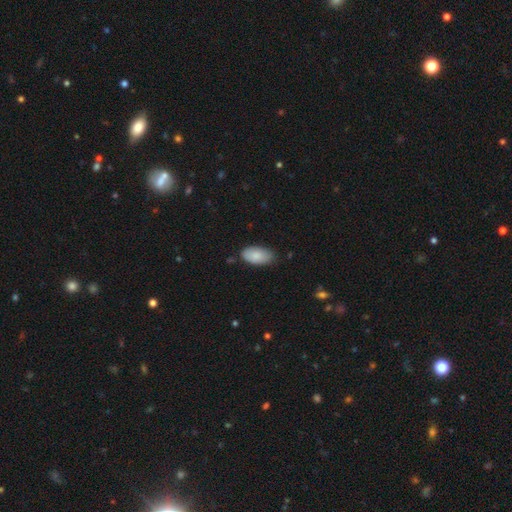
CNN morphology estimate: The model was most divided on "merging": none: 71%, minor disturbance: 24%, major disturbance: 3%, merger: 2%. More confident: how rounded — in between (95%); smooth or featured — smooth (85%).